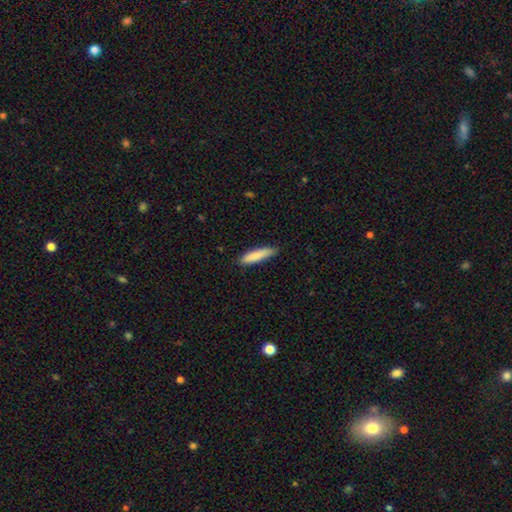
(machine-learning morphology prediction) A smooth galaxy with no disk features (85%) that is cigar-shaped (81%).

Vote fractions:
- Smooth or featured? smooth: 85% / featured or disk: 9% / star or artifact: 6%
- How rounded? cigar-shaped: 81% / in between: 18% / round: 1%
- Merging? none: 82% / minor disturbance: 14% / major disturbance: 2% / merger: 1%